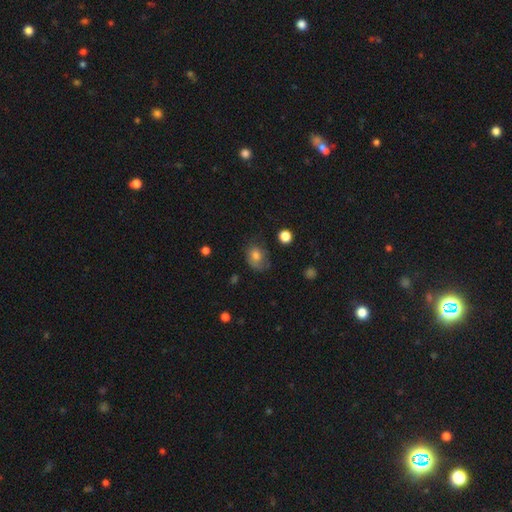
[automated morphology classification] smooth-or-featured: smooth: 76% | featured or disk: 14% | star or artifact: 10%
  how-rounded: in between: 60% | round: 39% | cigar-shaped: 1%
  merging: none: 54% | minor disturbance: 31% | major disturbance: 14% | merger: 2%